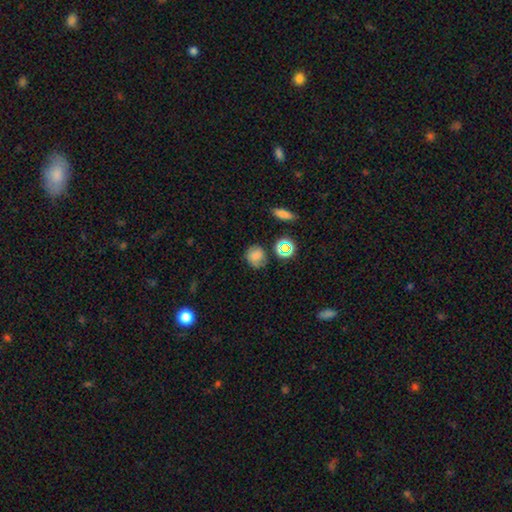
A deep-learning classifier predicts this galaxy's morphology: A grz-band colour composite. It shows a smooth galaxy with no disk features (74%) that is round (74%). Merging: none (68%).